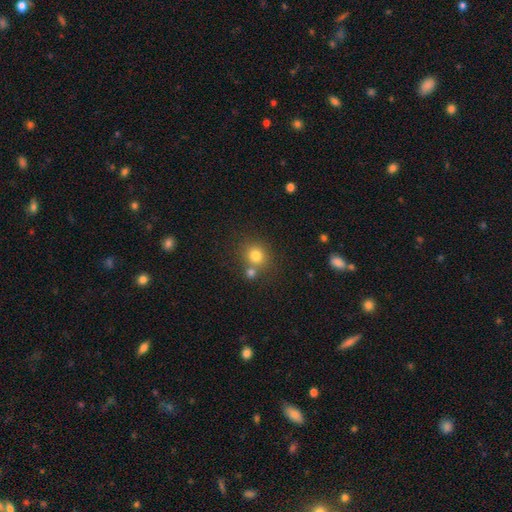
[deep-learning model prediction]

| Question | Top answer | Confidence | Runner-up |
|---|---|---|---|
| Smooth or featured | smooth | 78% | star or artifact (14%) |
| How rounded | round | 84% | in between (15%) |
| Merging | none | 62% | merger (26%) |